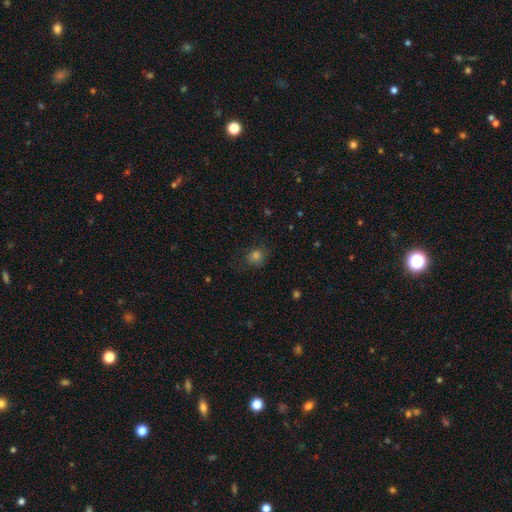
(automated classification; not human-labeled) Q: Smooth or featured?
A: smooth (74%); runner-up: star or artifact (19%)
Q: How rounded?
A: round (74%); runner-up: in between (25%)
Q: Merging?
A: none (75%); runner-up: minor disturbance (17%)